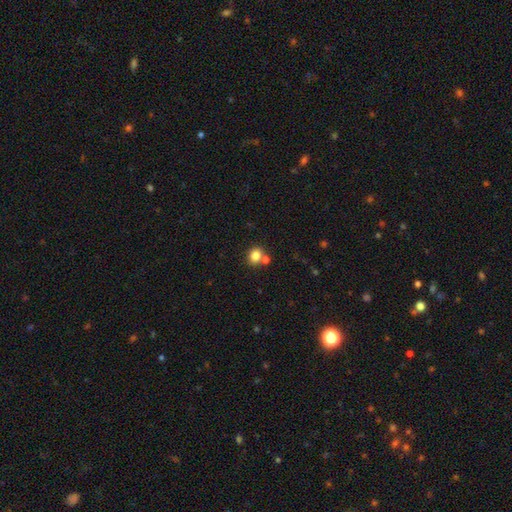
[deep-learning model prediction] Smooth or featured?
  - smooth: 82% *
  - star or artifact: 11%
  - featured or disk: 7%
How rounded?
  - round: 67% *
  - in between: 32%
  - cigar-shaped: 1%
Merging?
  - none: 63% *
  - merger: 26%
  - minor disturbance: 9%
  - major disturbance: 3%